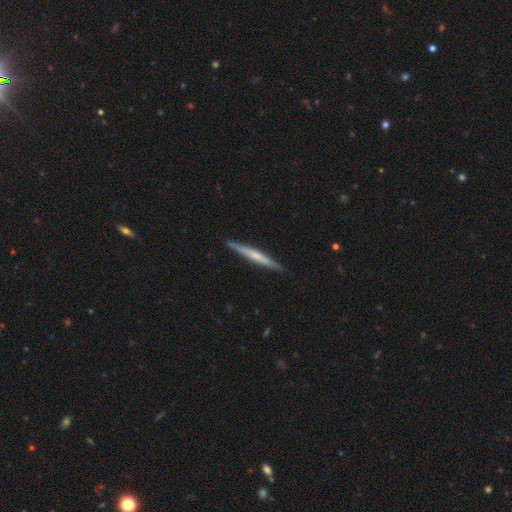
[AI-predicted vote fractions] featured or disk 50%, smooth 45%, star or artifact 5%. Down the decision tree: merging — none (90%).